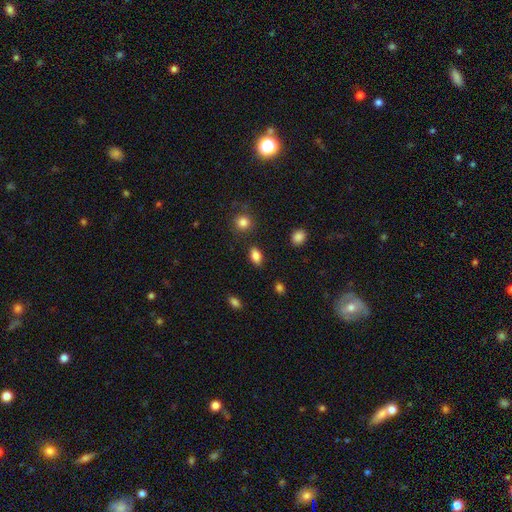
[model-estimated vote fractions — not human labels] smooth-or-featured: smooth: 83% | star or artifact: 9% | featured or disk: 8%
  how-rounded: in between: 87% | round: 10% | cigar-shaped: 3%
  merging: none: 84% | minor disturbance: 10% | major disturbance: 3% | merger: 2%